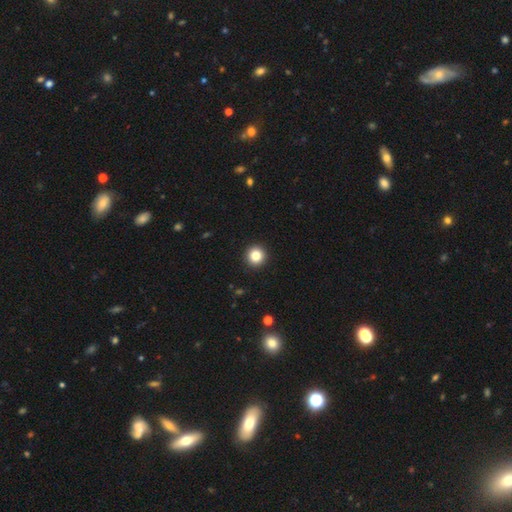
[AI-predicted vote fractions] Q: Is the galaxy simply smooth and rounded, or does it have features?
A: smooth — 83%.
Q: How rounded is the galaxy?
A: round — 95%.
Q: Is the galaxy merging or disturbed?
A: none — 93%.